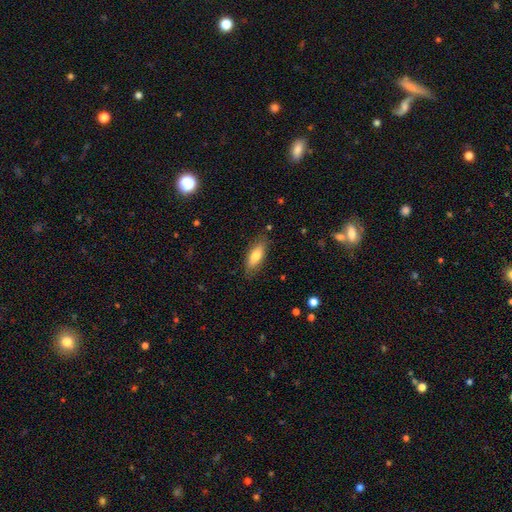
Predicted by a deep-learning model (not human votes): A smooth galaxy with no disk features (74%) that is in between round and cigar-shaped (73%).

Vote fractions:
- Smooth or featured? smooth: 74% / featured or disk: 20% / star or artifact: 6%
- How rounded? in between: 73% / cigar-shaped: 25% / round: 2%
- Merging? none: 81% / minor disturbance: 14% / major disturbance: 3% / merger: 1%